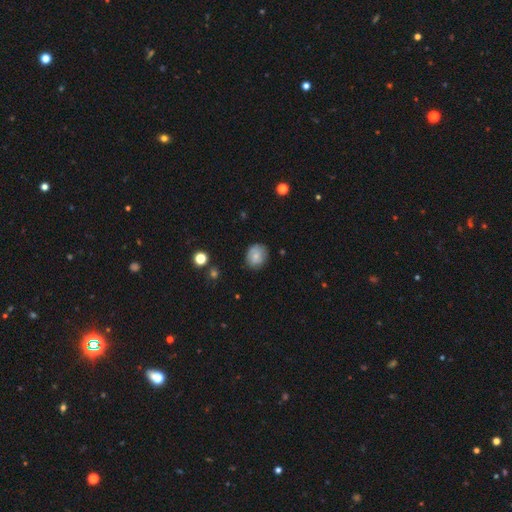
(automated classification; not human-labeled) Smooth or featured? smooth (73%)
How rounded? round (70%)
Merging? none (79%)